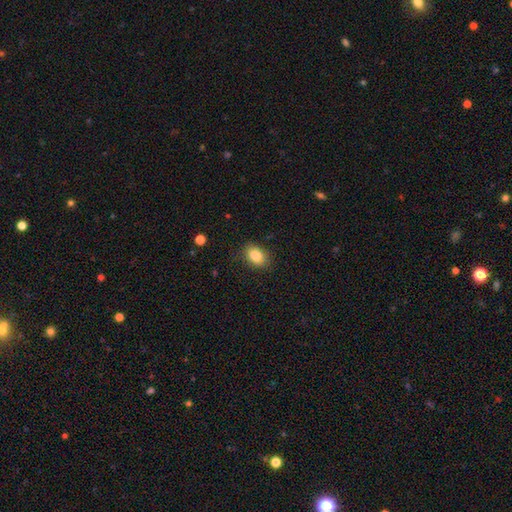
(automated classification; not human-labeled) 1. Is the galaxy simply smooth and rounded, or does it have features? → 85% smooth, 9% star or artifact, 7% featured or disk.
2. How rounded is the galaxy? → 78% in between, 21% round, 1% cigar-shaped.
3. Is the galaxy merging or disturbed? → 84% none, 12% minor disturbance, 3% major disturbance, 1% merger.